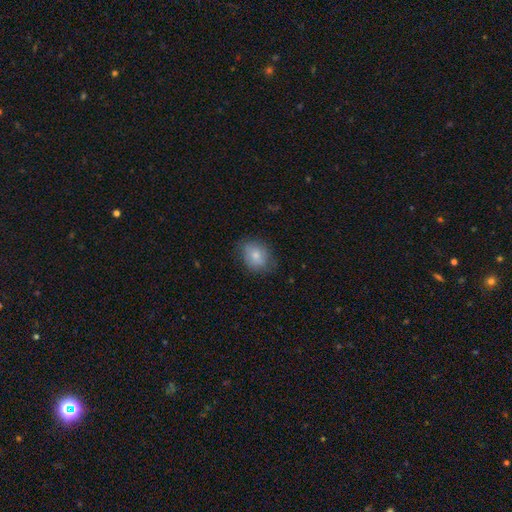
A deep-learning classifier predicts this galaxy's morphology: Smooth or featured? smooth (77%)
How rounded? in between (50%)
Merging? none (68%)